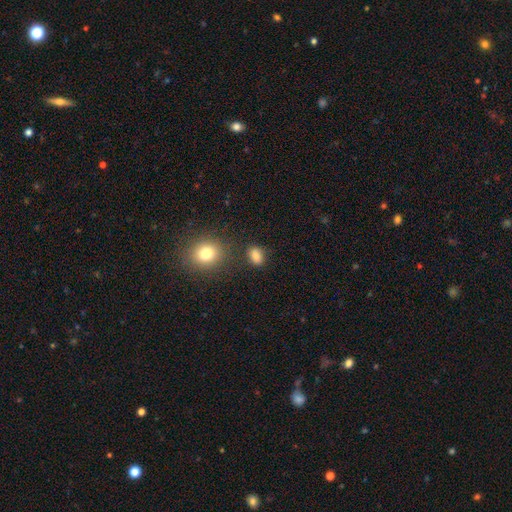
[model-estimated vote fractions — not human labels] A smooth galaxy with no disk features (83%) that is in between round and cigar-shaped (73%).

Vote fractions:
- Smooth or featured? smooth: 83% / star or artifact: 12% / featured or disk: 5%
- How rounded? in between: 73% / round: 25% / cigar-shaped: 2%
- Merging? none: 78% / minor disturbance: 12% / merger: 6% / major disturbance: 4%